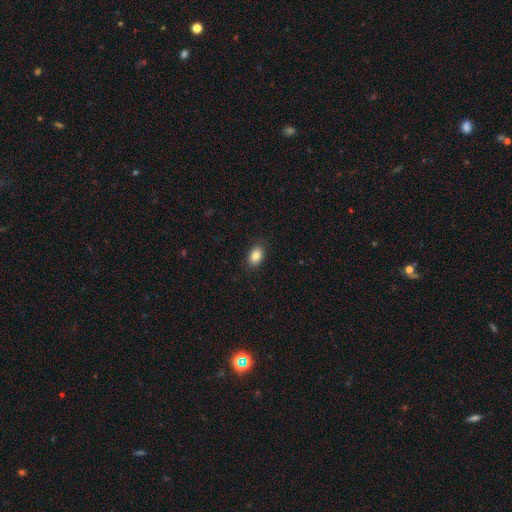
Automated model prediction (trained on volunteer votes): smooth-or-featured: smooth: 85% | star or artifact: 9% | featured or disk: 6%
  how-rounded: in between: 82% | round: 17% | cigar-shaped: 1%
  merging: none: 89% | minor disturbance: 8% | major disturbance: 2% | merger: 1%